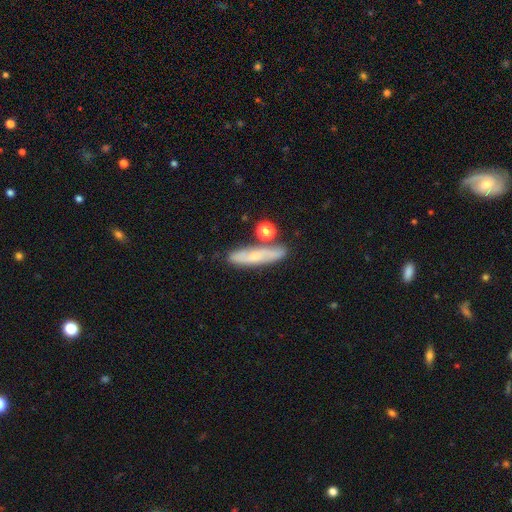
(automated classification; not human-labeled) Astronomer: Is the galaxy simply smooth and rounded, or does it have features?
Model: smooth — 55% (runner-up: featured or disk, 35%).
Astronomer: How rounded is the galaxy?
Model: cigar-shaped — 73%.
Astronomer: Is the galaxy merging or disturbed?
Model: none — 68%.